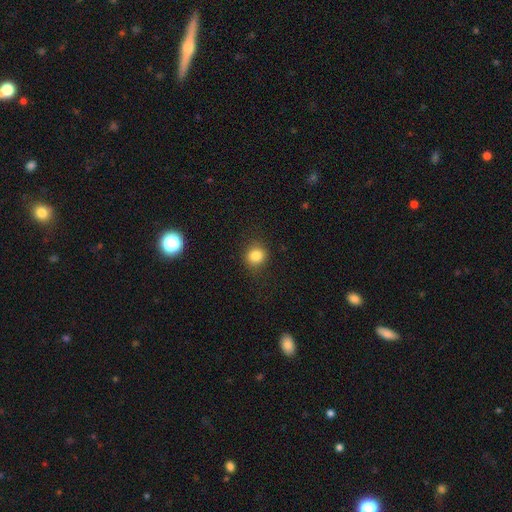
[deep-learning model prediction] Smooth or featured? Predicted: smooth (p=0.84). How rounded? Predicted: round (p=0.81). Merging? Predicted: none (p=0.86).